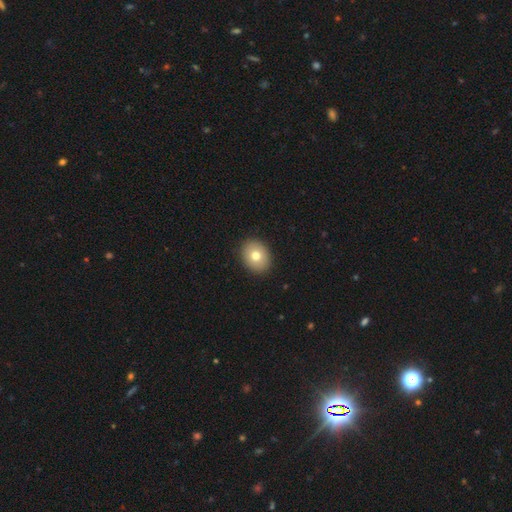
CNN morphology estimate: This appears to be a smooth galaxy with no disk features (76%) that is round (52%). Merging: none (91%).